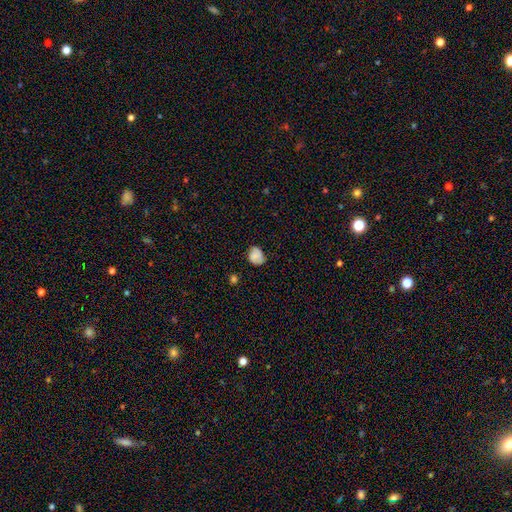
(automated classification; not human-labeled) smooth-or-featured: smooth: 77% | featured or disk: 14% | star or artifact: 9%
  how-rounded: round: 54% | in between: 45% | cigar-shaped: 1%
  merging: none: 61% | minor disturbance: 31% | major disturbance: 6% | merger: 2%